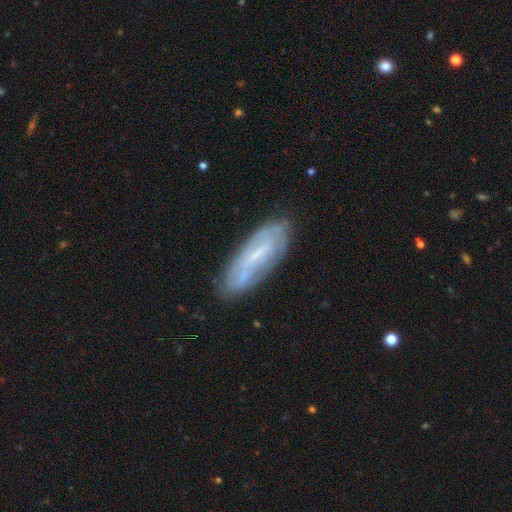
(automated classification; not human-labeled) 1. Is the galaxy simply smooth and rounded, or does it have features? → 61% featured or disk, 31% smooth, 8% star or artifact.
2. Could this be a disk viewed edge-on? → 78% no, 22% yes.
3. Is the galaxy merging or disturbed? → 77% none, 16% minor disturbance, 5% major disturbance, 2% merger.